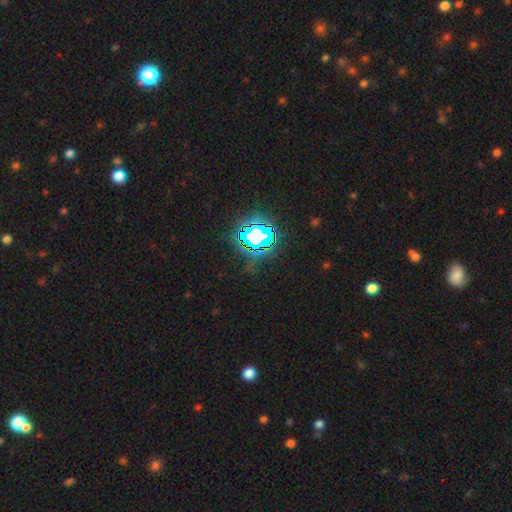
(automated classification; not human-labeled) Morphology: type=star or artifact (80%).